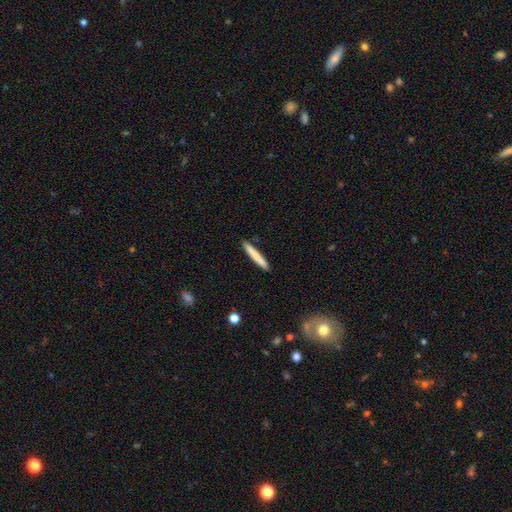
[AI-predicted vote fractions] Overall: smooth (74%). How rounded: cigar-shaped (96%). Merging: none (90%).